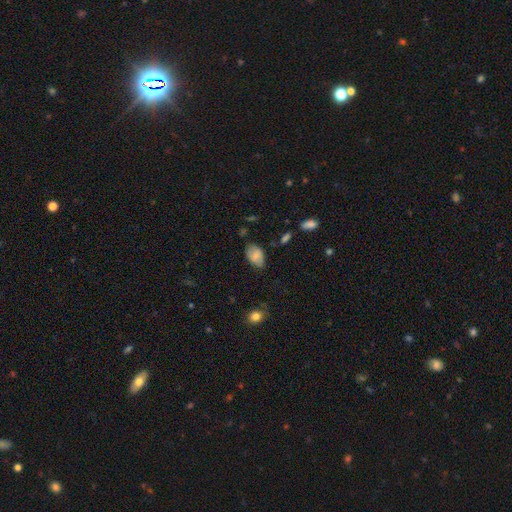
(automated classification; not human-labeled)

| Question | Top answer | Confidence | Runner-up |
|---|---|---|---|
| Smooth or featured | smooth | 78% | featured or disk (14%) |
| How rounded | in between | 89% | round (9%) |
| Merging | none | 67% | minor disturbance (26%) |